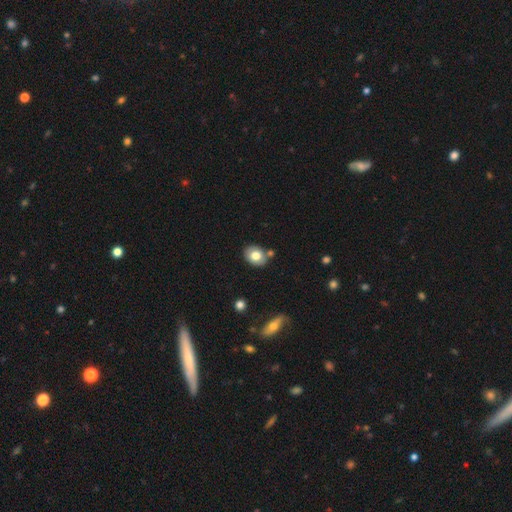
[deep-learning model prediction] A smooth galaxy with no disk features (76%) that is in between round and cigar-shaped (58%).

Vote fractions:
- Smooth or featured? smooth: 76% / featured or disk: 16% / star or artifact: 8%
- How rounded? in between: 58% / round: 41% / cigar-shaped: 1%
- Merging? none: 75% / minor disturbance: 12% / merger: 9% / major disturbance: 3%